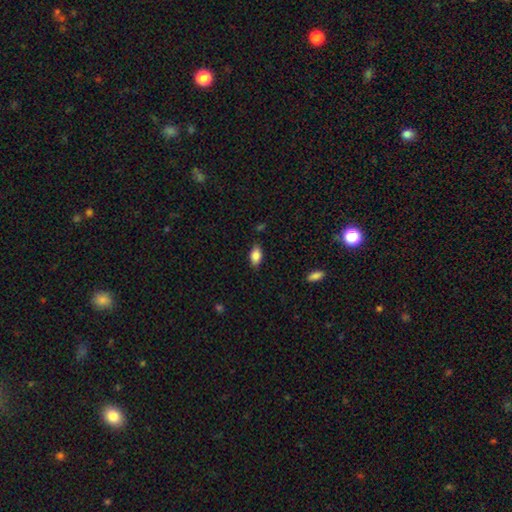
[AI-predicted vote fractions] smooth_or_featured: smooth (p=0.85) [alt: featured or disk p=0.08]
how_rounded: in between (p=0.90) [alt: cigar-shaped p=0.05]
merging: none (p=0.82) [alt: minor disturbance p=0.14]